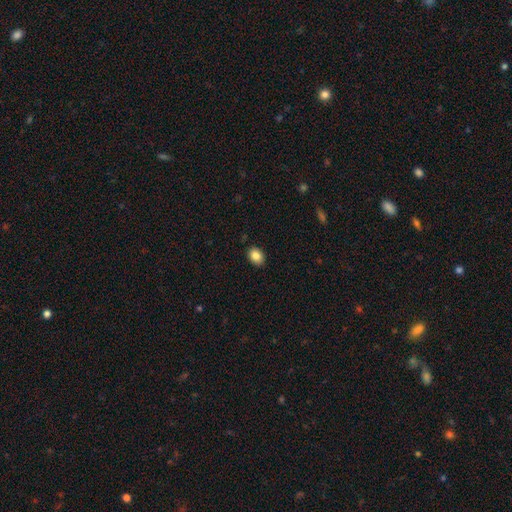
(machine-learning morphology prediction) Smooth or featured? smooth (86%)
How rounded? in between (65%)
Merging? none (88%)